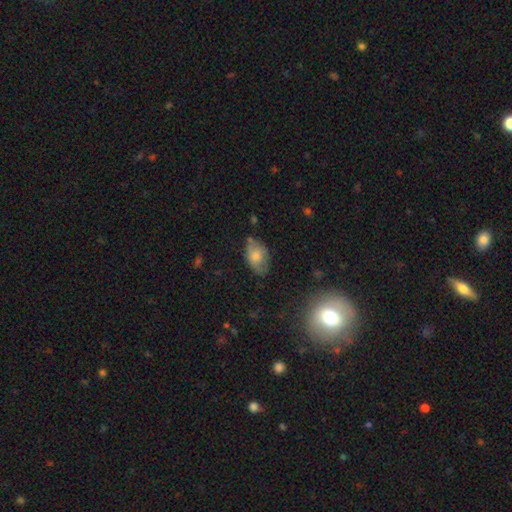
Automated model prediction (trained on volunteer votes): Q: Smooth or featured?
A: smooth (73%); runner-up: featured or disk (18%)
Q: How rounded?
A: in between (89%); runner-up: round (9%)
Q: Merging?
A: none (58%); runner-up: minor disturbance (30%)